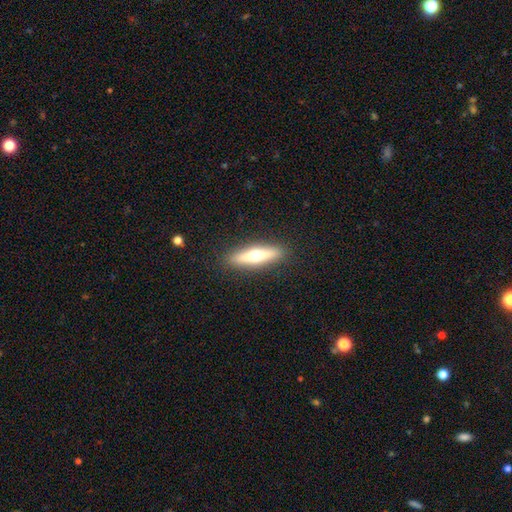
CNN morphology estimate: featured or disk 48%, smooth 46%, star or artifact 6%. Down the decision tree: merging — none (91%).